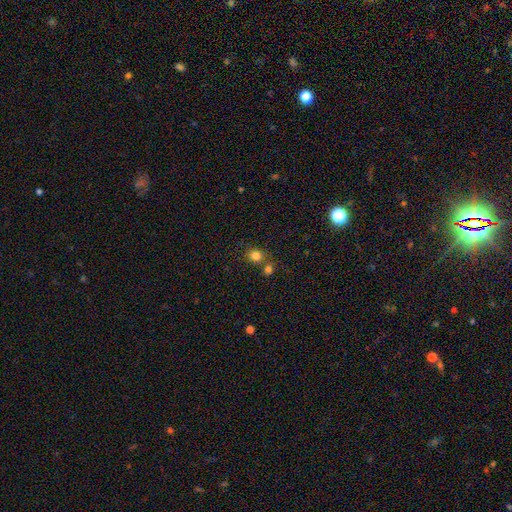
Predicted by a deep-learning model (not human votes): Q: Smooth or featured?
A: smooth (81%); runner-up: star or artifact (13%)
Q: How rounded?
A: round (76%); runner-up: in between (23%)
Q: Merging?
A: none (64%); runner-up: merger (23%)